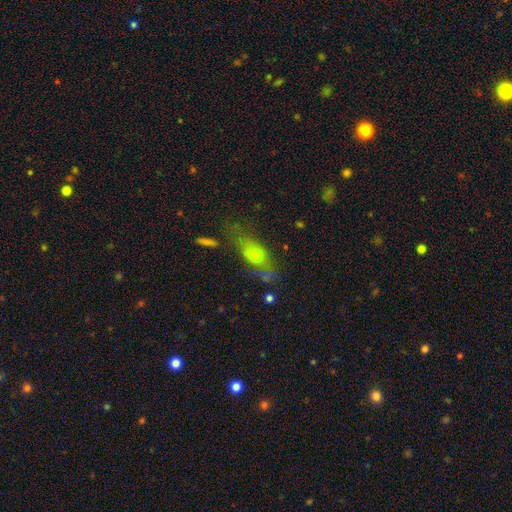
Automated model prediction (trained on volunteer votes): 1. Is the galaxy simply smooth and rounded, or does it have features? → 61% smooth, 27% featured or disk, 12% star or artifact.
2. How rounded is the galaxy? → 70% in between, 20% cigar-shaped, 10% round.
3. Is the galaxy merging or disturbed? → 43% none, 25% minor disturbance, 23% major disturbance, 9% merger.